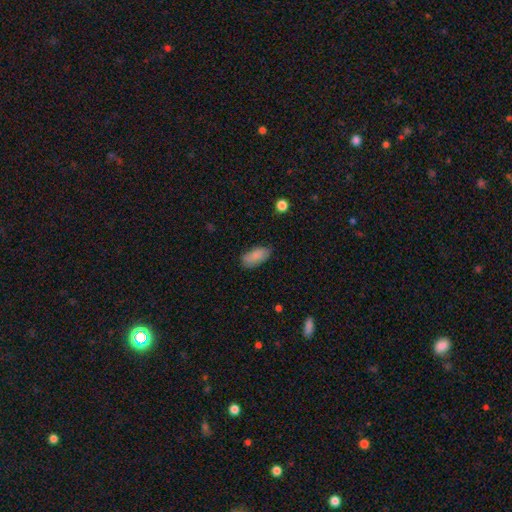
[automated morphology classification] smooth_or_featured: smooth (p=0.85) [alt: featured or disk p=0.08]
how_rounded: in between (p=0.91) [alt: cigar-shaped p=0.06]
merging: none (p=0.77) [alt: minor disturbance p=0.18]